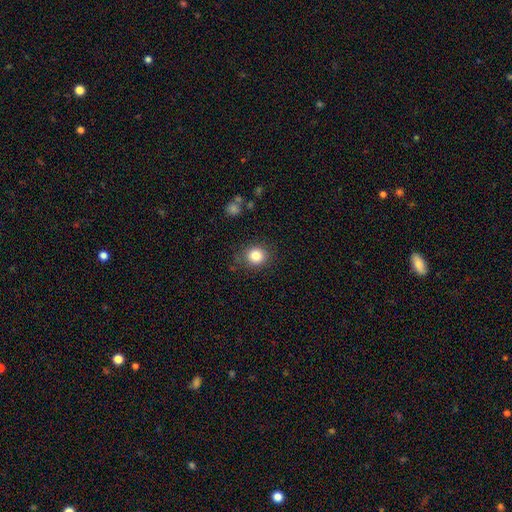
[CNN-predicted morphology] Overall: smooth (83%). How rounded: round (82%). Merging: none (85%).